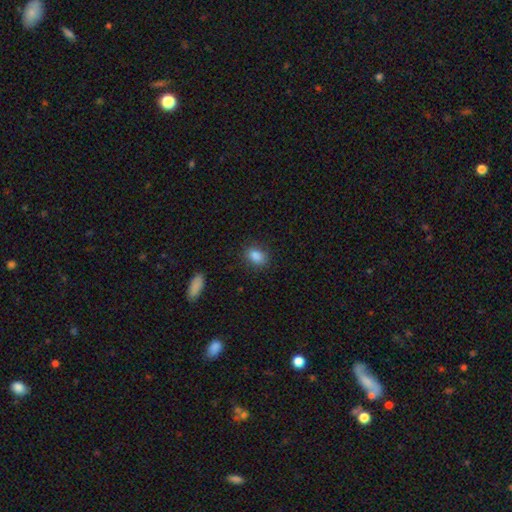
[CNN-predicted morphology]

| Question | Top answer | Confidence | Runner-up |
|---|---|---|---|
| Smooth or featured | smooth | 86% | star or artifact (9%) |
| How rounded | in between | 79% | round (19%) |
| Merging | none | 85% | minor disturbance (11%) |